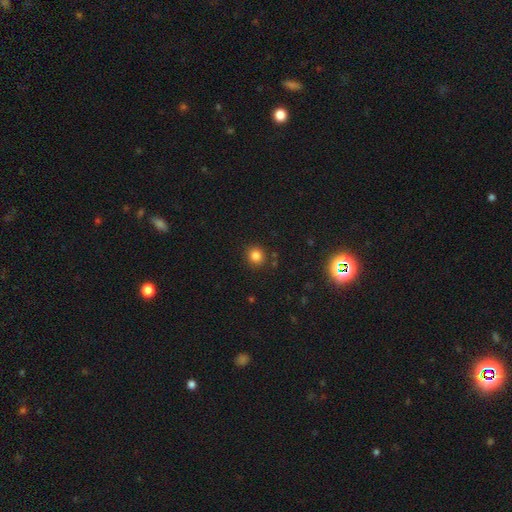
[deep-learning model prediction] Overall: smooth (83%). How rounded: round (90%). Merging: none (88%).